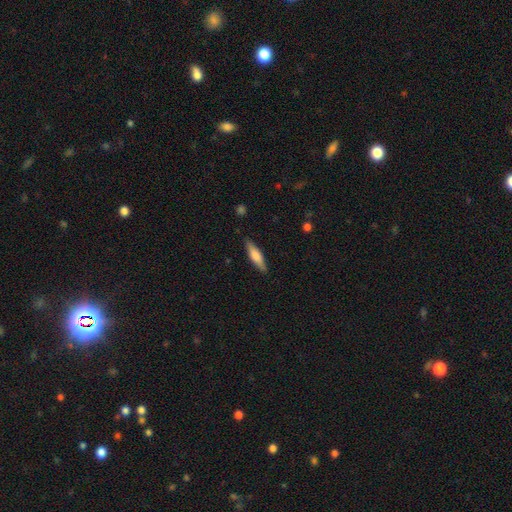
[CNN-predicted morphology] smooth_or_featured: smooth (p=0.61) [alt: featured or disk p=0.34]
how_rounded: cigar-shaped (p=0.70) [alt: in between p=0.28]
merging: none (p=0.87) [alt: minor disturbance p=0.09]